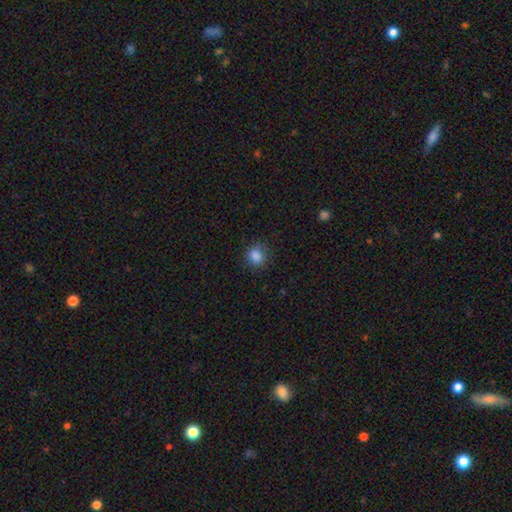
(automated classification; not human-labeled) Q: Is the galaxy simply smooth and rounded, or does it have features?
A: smooth — 86%.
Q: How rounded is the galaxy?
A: round — 81%.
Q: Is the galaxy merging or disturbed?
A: none — 83%.